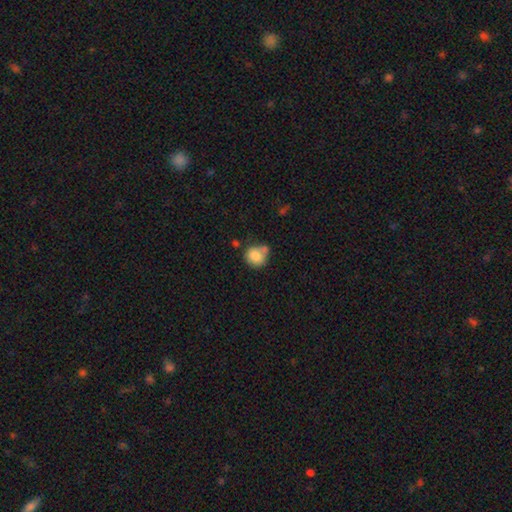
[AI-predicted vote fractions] Morphology: type=smooth (82%); roundness=round (78%); merging=none (50%).